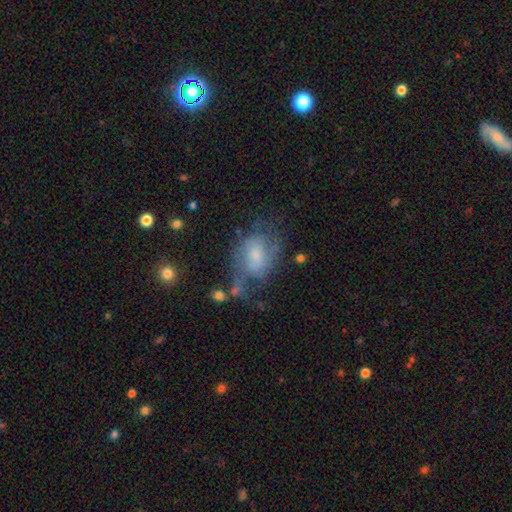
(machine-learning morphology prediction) Smooth or featured?
  - featured or disk: 52% *
  - smooth: 38%
  - star or artifact: 10%
Edge-on disk?
  - no: 96% *
  - yes: 4%
Bar?
  - no: 60% *
  - weak: 33%
  - strong: 6%
Spiral arms?
  - yes: 68% *
  - no: 32%
Bulge size?
  - small: 40% *
  - moderate: 38%
  - none: 11%
  - large: 9%
  - dominant: 2%
Merging?
  - none: 39% *
  - major disturbance: 29%
  - minor disturbance: 27%
  - merger: 5%